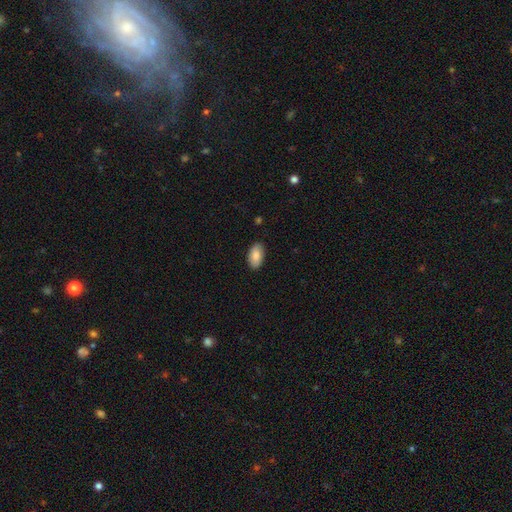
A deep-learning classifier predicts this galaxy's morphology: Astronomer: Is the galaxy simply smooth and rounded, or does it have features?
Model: smooth — 85%.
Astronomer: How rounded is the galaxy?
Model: in between — 95%.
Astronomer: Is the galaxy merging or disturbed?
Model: none — 88%.